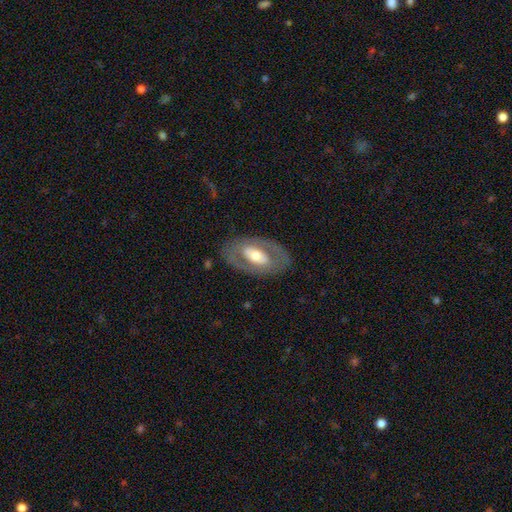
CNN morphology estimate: Smooth or featured? Predicted: featured or disk (p=0.61). Edge-on disk? Predicted: no (p=0.89). Bar? Predicted: no (p=0.51). Spiral arms? Predicted: no (p=0.76). Bulge size? Predicted: moderate (p=0.60). Merging? Predicted: none (p=0.80).